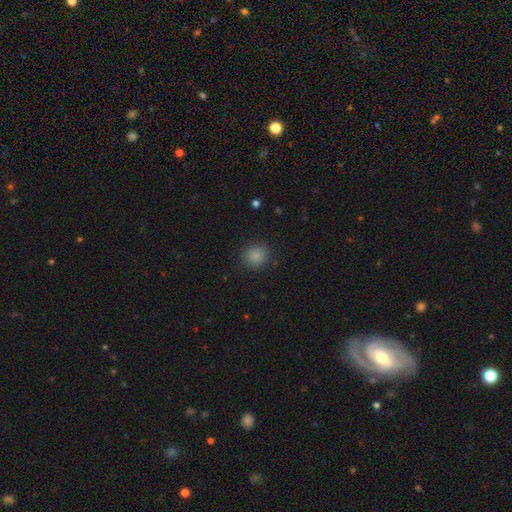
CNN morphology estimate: Smooth or featured? smooth (85%)
How rounded? round (85%)
Merging? none (88%)